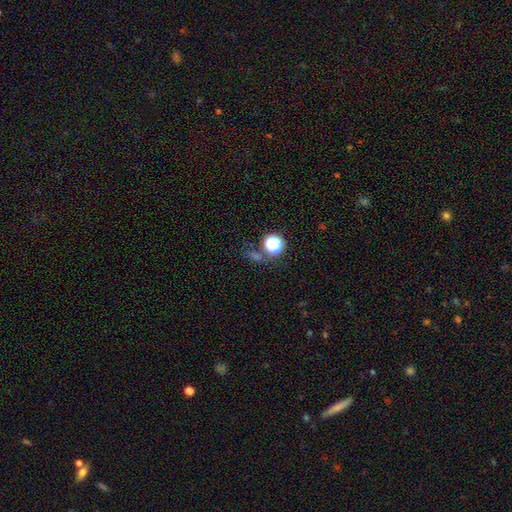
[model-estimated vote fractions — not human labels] Overall: star or artifact (57%; smooth 33%).